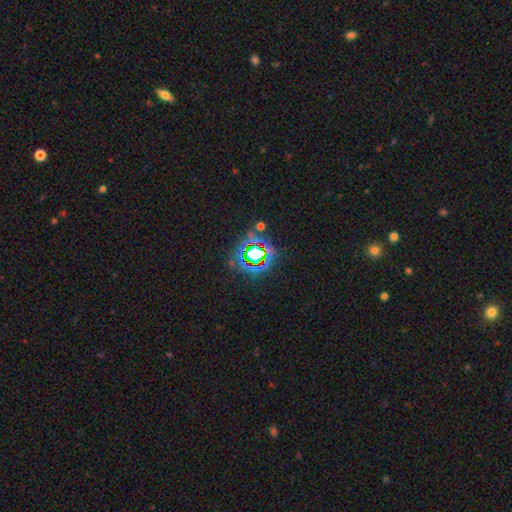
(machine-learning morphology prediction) smooth_or_featured: star or artifact (p=0.71) [alt: smooth p=0.18]